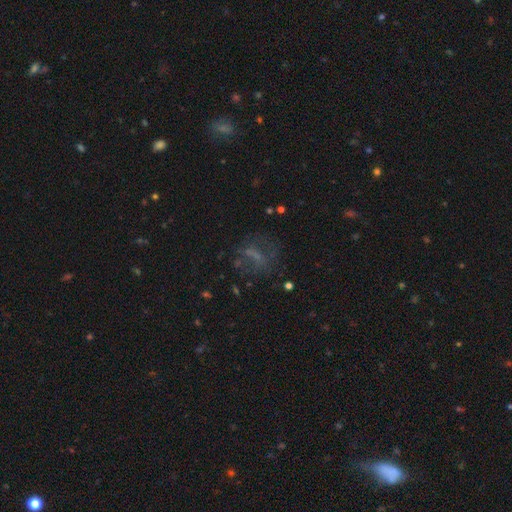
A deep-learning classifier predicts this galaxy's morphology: A featured or disk galaxy (38%). Merging: none (54%).